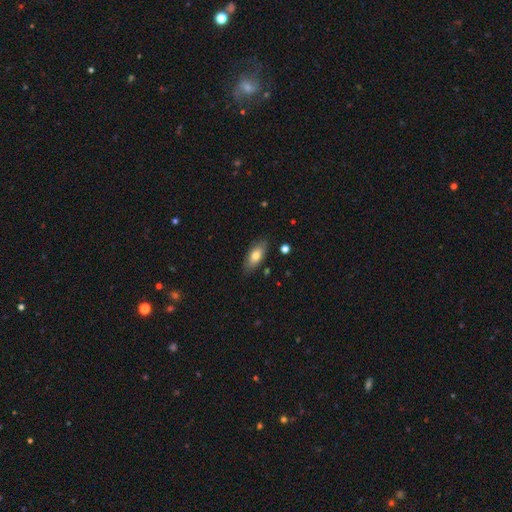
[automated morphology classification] Overall: smooth (73%). How rounded: in between (84%). Merging: none (83%).